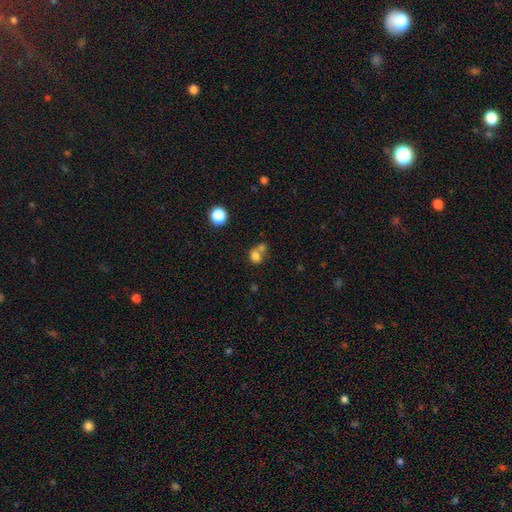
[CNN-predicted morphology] smooth 75%, star or artifact 13%, featured or disk 12%. Down the decision tree: how rounded — round (58%); merging — merger (52%).